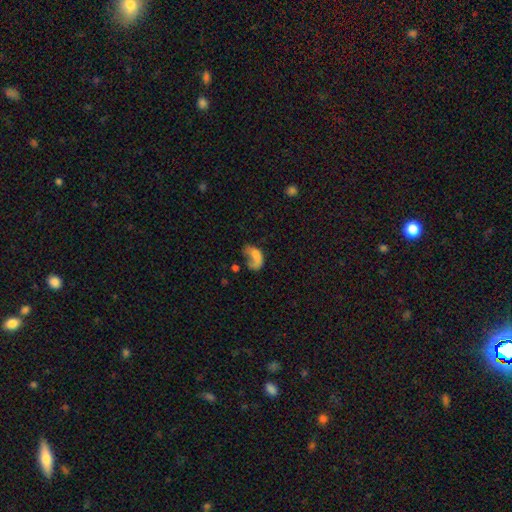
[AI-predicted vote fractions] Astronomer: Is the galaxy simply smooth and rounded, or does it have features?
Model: smooth — 55% (runner-up: featured or disk, 34%).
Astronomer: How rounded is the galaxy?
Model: in between — 86%.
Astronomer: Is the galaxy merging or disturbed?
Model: major disturbance — 51%.